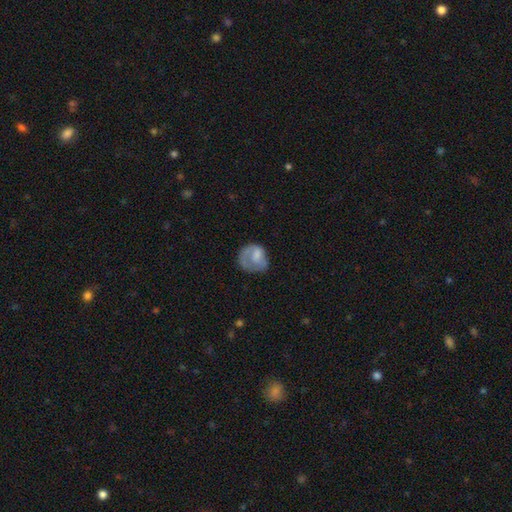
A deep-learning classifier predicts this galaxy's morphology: Smooth or featured: smooth — 60% (featured or disk — 33%)
How rounded: round — 66% (in between — 33%)
Merging: none — 41% (major disturbance — 29%)